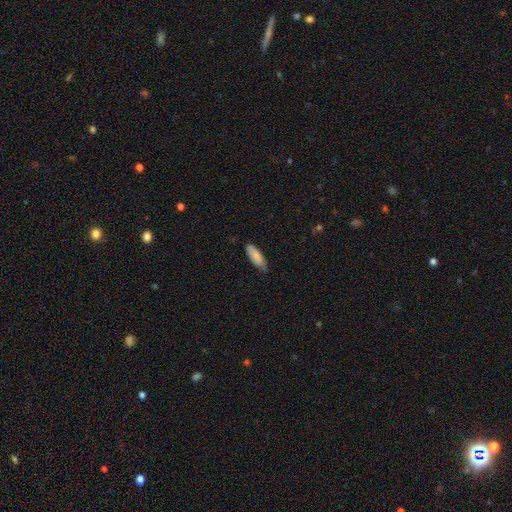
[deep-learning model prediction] smooth_or_featured: smooth (p=0.83) [alt: featured or disk p=0.11]
how_rounded: in between (p=0.66) [alt: cigar-shaped p=0.33]
merging: none (p=0.71) [alt: minor disturbance p=0.24]